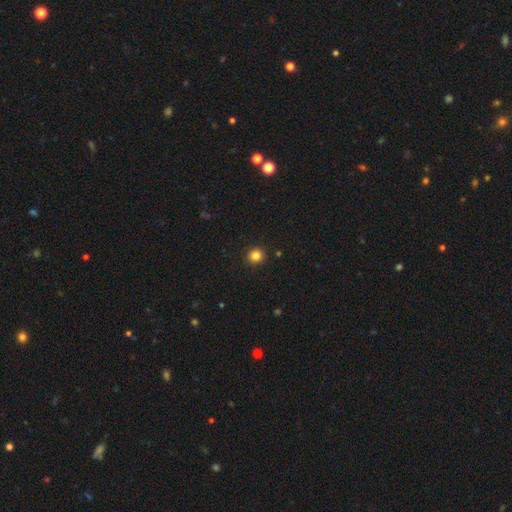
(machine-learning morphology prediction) smooth_or_featured: smooth (p=0.83) [alt: star or artifact p=0.13]
how_rounded: round (p=0.93) [alt: in between p=0.06]
merging: none (p=0.92) [alt: minor disturbance p=0.05]